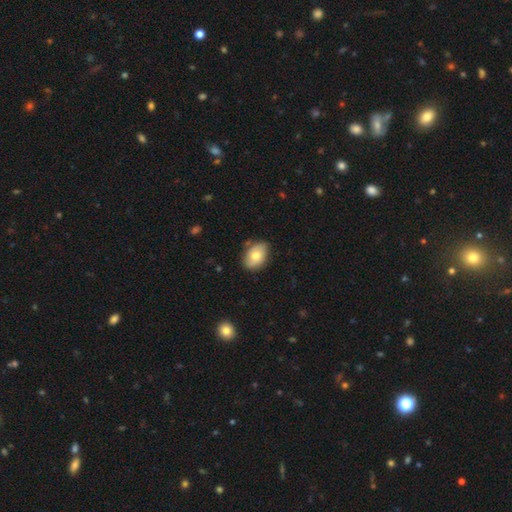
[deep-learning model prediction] smooth 69%, featured or disk 24%, star or artifact 7%. Down the decision tree: how rounded — in between (81%); merging — none (77%).